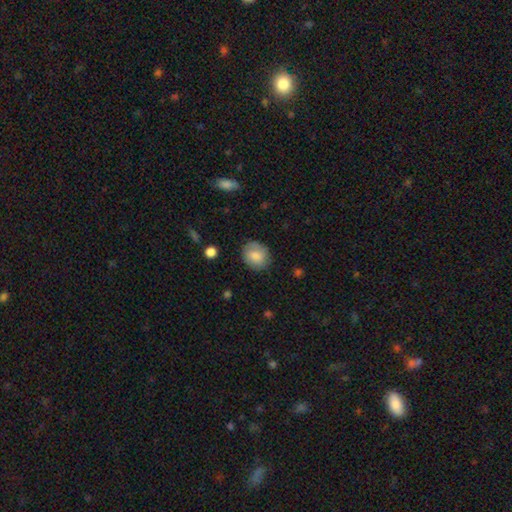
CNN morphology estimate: smooth-or-featured: smooth: 75% | featured or disk: 17% | star or artifact: 7%
  how-rounded: round: 72% | in between: 27% | cigar-shaped: 1%
  merging: none: 78% | minor disturbance: 16% | major disturbance: 4% | merger: 1%